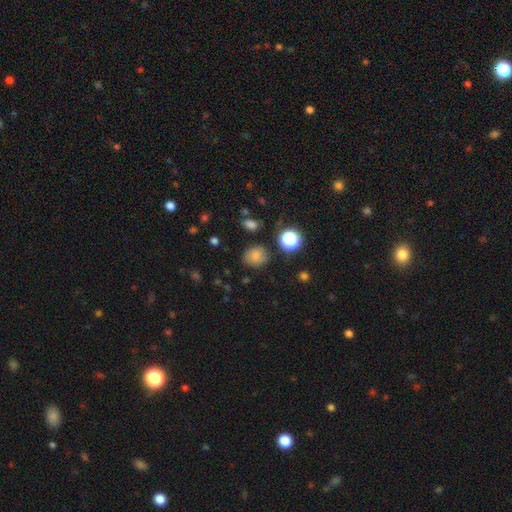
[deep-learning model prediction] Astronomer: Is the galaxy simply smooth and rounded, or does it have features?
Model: smooth — 76%.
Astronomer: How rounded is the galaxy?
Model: round — 70%.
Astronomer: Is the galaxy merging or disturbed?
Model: none — 77%.